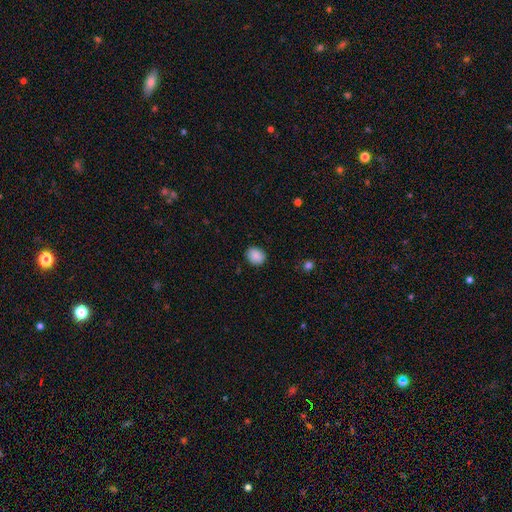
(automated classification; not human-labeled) This appears to be a smooth galaxy with no disk features (88%) that is round (59%). Merging: none (87%).